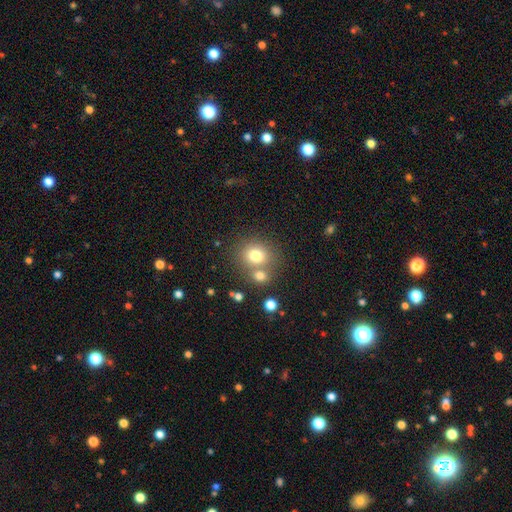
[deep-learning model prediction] Smooth or featured: smooth — 76% (star or artifact — 13%)
How rounded: round — 78% (in between — 21%)
Merging: none — 59% (merger — 28%)